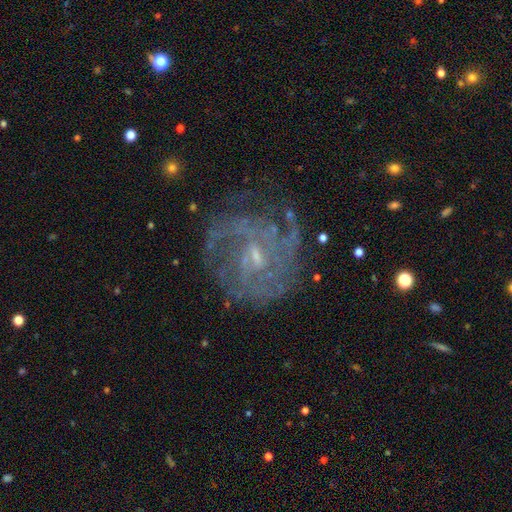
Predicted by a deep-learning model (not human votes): The model was most divided on "spiral winding": tight: 52%, medium: 36%, loose: 12%. Remaining: edge-on disk — no (98%); spiral arms — yes (86%); smooth or featured — featured or disk (82%); merging — none (65%); bulge size — small (63%); bar — weak (58%); spiral arm count — can't tell (42%).